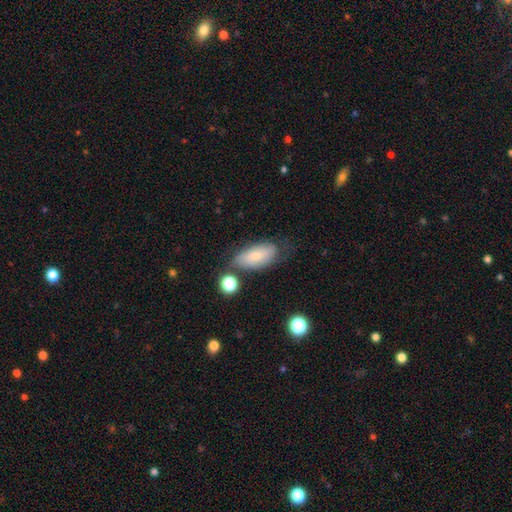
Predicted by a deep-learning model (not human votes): Smooth or featured? Predicted: smooth (p=0.69). How rounded? Predicted: in between (p=0.84). Merging? Predicted: none (p=0.63).